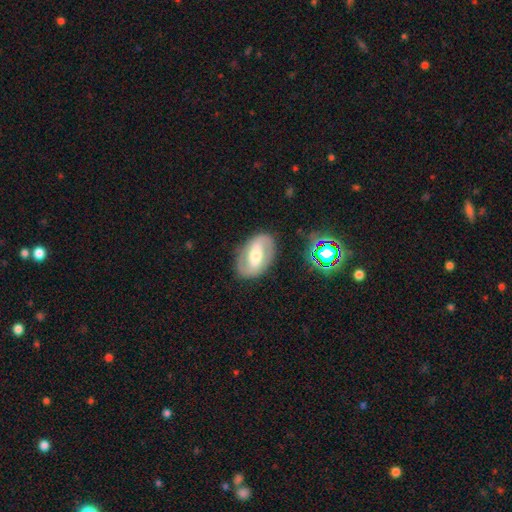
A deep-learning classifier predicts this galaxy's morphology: smooth-or-featured: featured or disk: 73% | smooth: 20% | star or artifact: 6%
  disk-edge-on: no: 95% | yes: 5%
    bar: strong: 48% | weak: 35% | no: 17%
    has-spiral-arms: yes: 79% | no: 21%
      spiral-winding: medium: 45% | tight: 32% | loose: 23%
      spiral-arm-count: 2: 87% | can't tell: 8% | 1: 3% | 3: 1% | 4: 1% | more than 4: 1%
    bulge-size: moderate: 63% | small: 22% | large: 12% | dominant: 2% | none: 2%
  merging: none: 83% | minor disturbance: 12% | major disturbance: 4% | merger: 1%